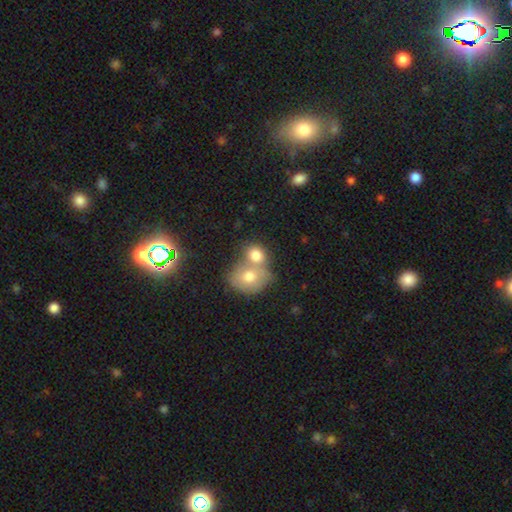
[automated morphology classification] Smooth or featured: smooth — 75% (featured or disk — 16%)
How rounded: round — 60% (in between — 39%)
Merging: merger — 60% (none — 29%)